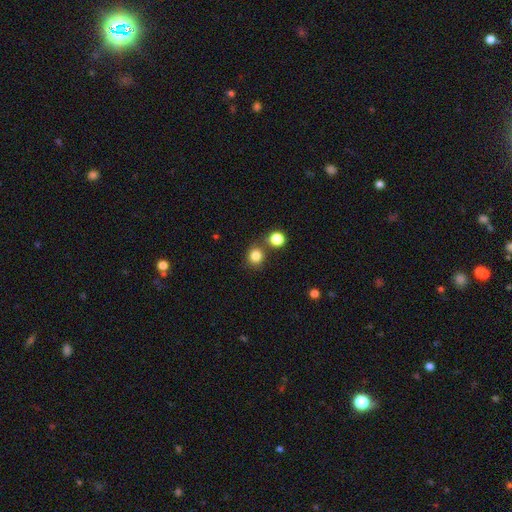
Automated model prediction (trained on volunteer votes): This appears to be a smooth galaxy with no disk features (83%) that is round (87%). Merging: none (69%).